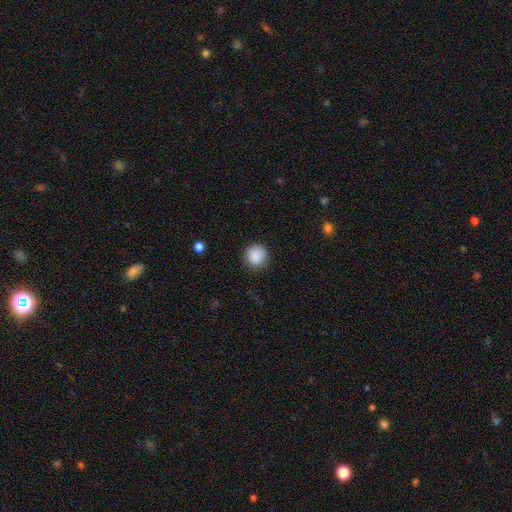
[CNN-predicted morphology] The model was most divided on "merging": none: 87%, minor disturbance: 9%, major disturbance: 3%, merger: 1%. More confident: how rounded — round (91%); smooth or featured — smooth (89%).